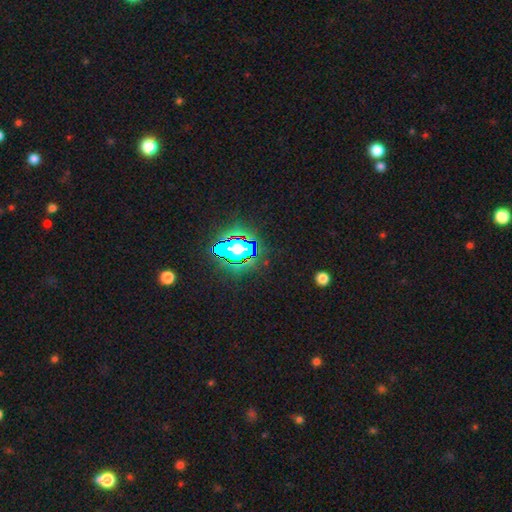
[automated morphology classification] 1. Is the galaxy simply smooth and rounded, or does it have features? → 85% star or artifact, 9% smooth, 6% featured or disk.